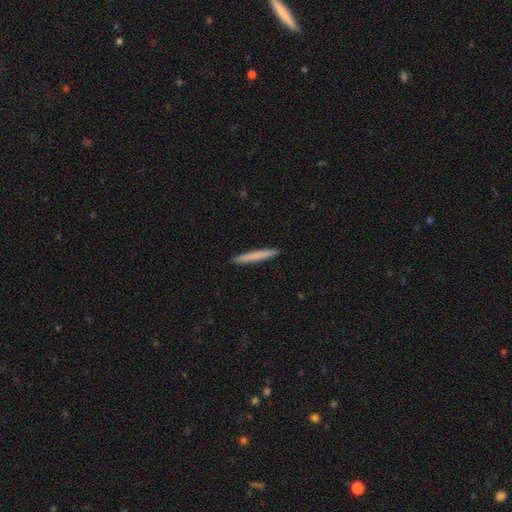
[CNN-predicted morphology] smooth 75%, featured or disk 20%, star or artifact 6%. Down the decision tree: how rounded — cigar-shaped (97%); merging — none (93%).